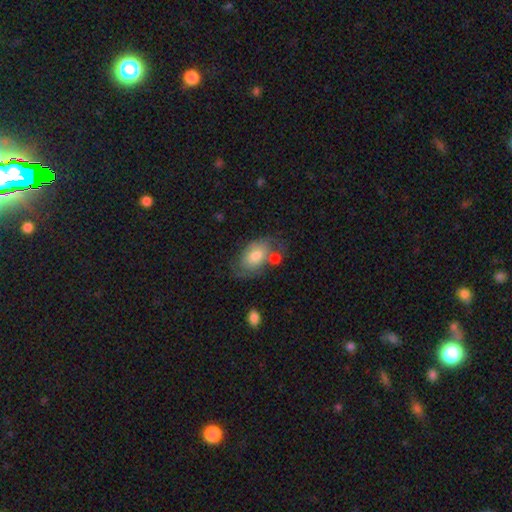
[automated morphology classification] smooth_or_featured: smooth (p=0.58) [alt: featured or disk p=0.35]
how_rounded: in between (p=0.87) [alt: round p=0.11]
merging: none (p=0.43) [alt: minor disturbance p=0.24]